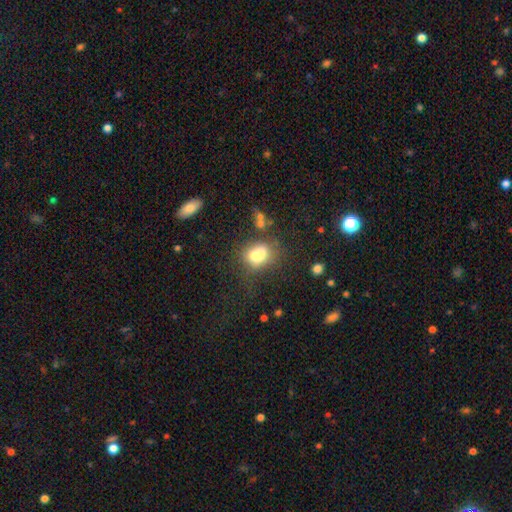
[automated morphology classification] type=smooth (71%); roundness=in between (58%); merging=none (40%).